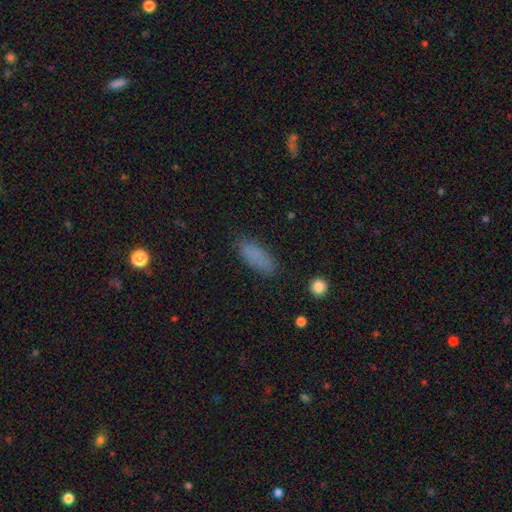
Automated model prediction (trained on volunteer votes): A smooth galaxy with no disk features (85%) that is in between round and cigar-shaped (70%). Merging: none (83%).